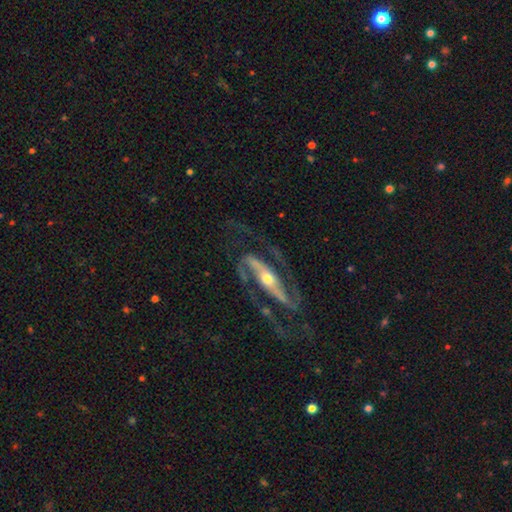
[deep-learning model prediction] The model was most divided on "bulge size": moderate: 53%, small: 41%, large: 4%, dominant: 1%, none: 1%. More confident: spiral arms — yes (97%); spiral arm count — 2 (93%); smooth or featured — featured or disk (92%); edge-on disk — no (91%); merging — none (70%); bar — strong (65%); spiral winding — medium (57%).